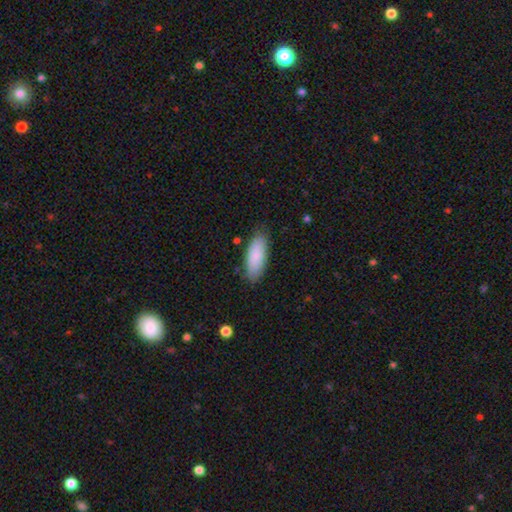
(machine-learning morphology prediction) Smooth or featured? smooth (87%)
How rounded? in between (77%)
Merging? none (82%)